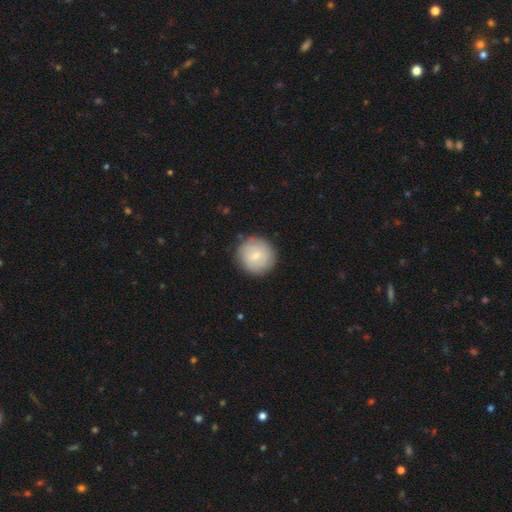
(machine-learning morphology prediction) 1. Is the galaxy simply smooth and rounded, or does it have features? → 70% smooth, 23% featured or disk, 7% star or artifact.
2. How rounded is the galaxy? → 94% round, 5% in between, 1% cigar-shaped.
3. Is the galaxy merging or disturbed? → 87% none, 9% minor disturbance, 3% major disturbance, 1% merger.